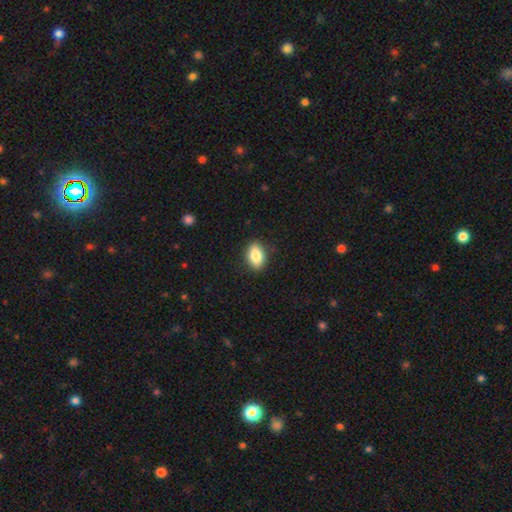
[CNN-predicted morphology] Smooth or featured? smooth (85%)
How rounded? in between (86%)
Merging? none (87%)